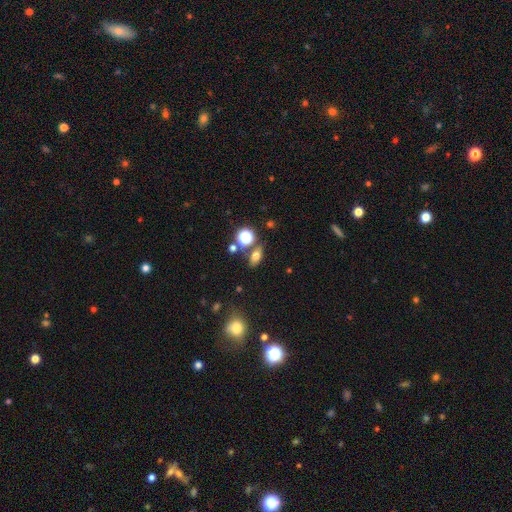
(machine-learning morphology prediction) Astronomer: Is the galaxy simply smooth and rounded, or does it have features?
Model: smooth — 66%.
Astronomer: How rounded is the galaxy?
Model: in between — 73%.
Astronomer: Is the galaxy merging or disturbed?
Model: none — 74%.